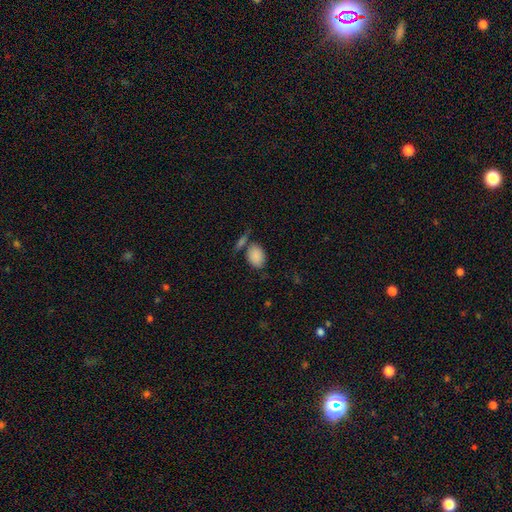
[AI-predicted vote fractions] Q: Smooth or featured?
A: smooth (86%); runner-up: star or artifact (8%)
Q: How rounded?
A: in between (77%); runner-up: round (21%)
Q: Merging?
A: none (61%); runner-up: merger (17%)